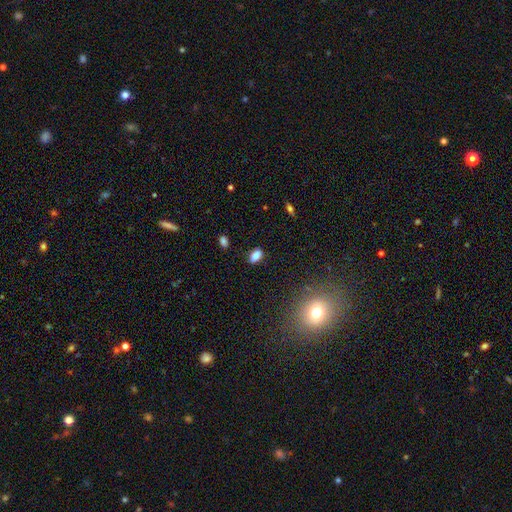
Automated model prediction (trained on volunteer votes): Smooth or featured: smooth — 84% (star or artifact — 10%)
How rounded: in between — 89% (round — 6%)
Merging: none — 83% (minor disturbance — 12%)